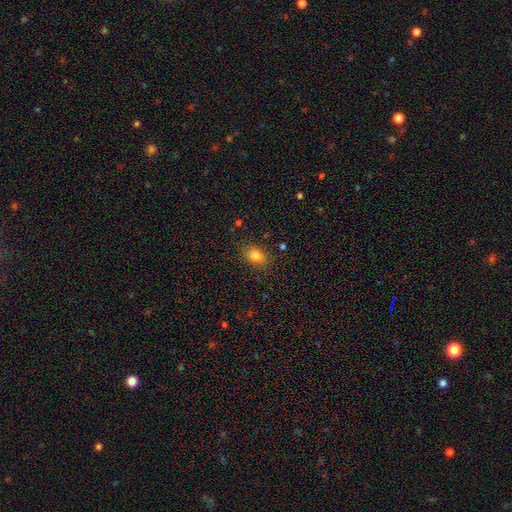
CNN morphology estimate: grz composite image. It shows a smooth galaxy with no disk features (82%) that is in between round and cigar-shaped (78%). Merging: none (84%).